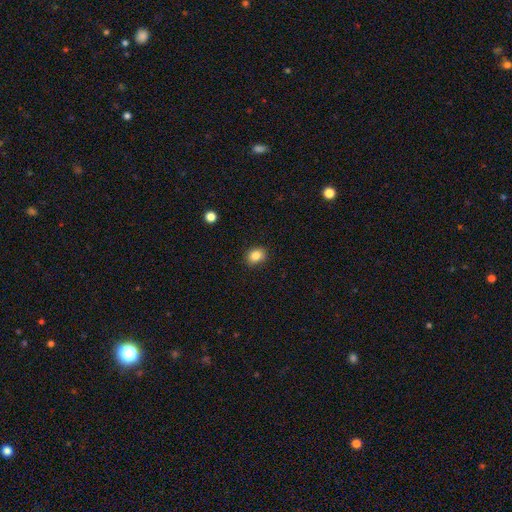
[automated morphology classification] This appears to be a smooth galaxy with no disk features (85%) that is round (53%). Merging: none (88%).